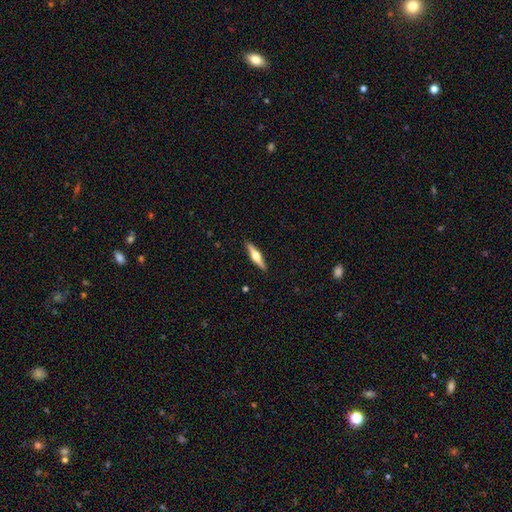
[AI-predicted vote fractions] Q: Smooth or featured?
A: featured or disk (62%); runner-up: smooth (33%)
Q: Edge-on disk?
A: yes (97%); runner-up: no (3%)
Q: Edge-on bulge?
A: rounded (94%); runner-up: boxy (4%)
Q: Merging?
A: none (91%); runner-up: minor disturbance (7%)